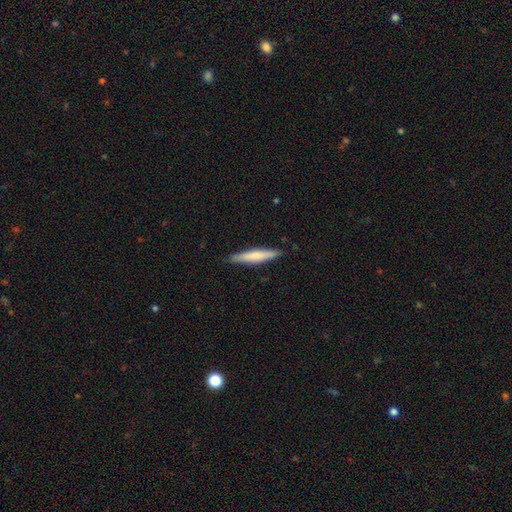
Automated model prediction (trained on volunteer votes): Smooth or featured?
  - smooth: 64% *
  - featured or disk: 30%
  - star or artifact: 5%
How rounded?
  - cigar-shaped: 92% *
  - in between: 7%
  - round: 1%
Merging?
  - none: 88% *
  - minor disturbance: 9%
  - major disturbance: 2%
  - merger: 1%